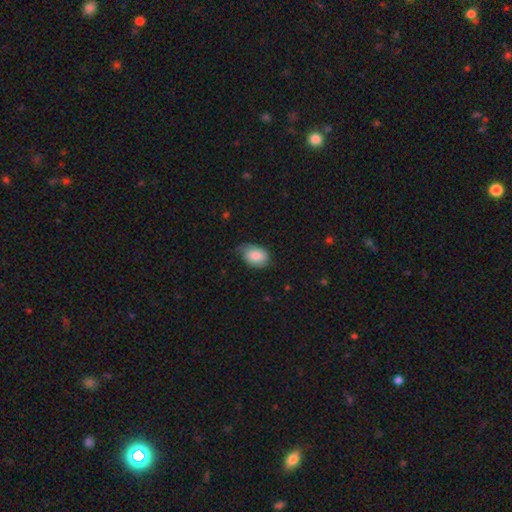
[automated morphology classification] A smooth galaxy with no disk features (80%) that is in between round and cigar-shaped (85%). Merging: none (52%).